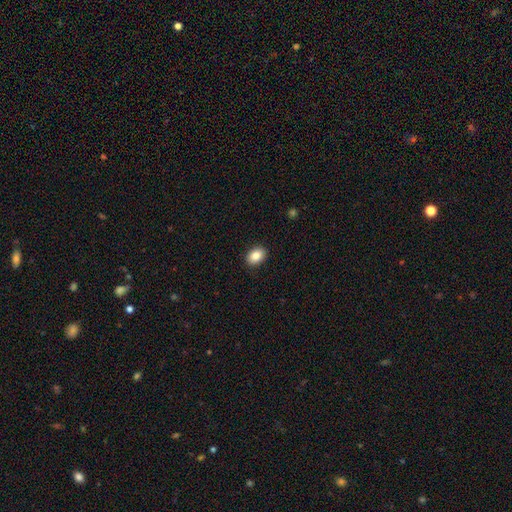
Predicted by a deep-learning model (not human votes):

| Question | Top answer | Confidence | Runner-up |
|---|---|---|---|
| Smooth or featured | smooth | 87% | star or artifact (8%) |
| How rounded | in between | 79% | round (20%) |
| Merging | none | 90% | minor disturbance (7%) |